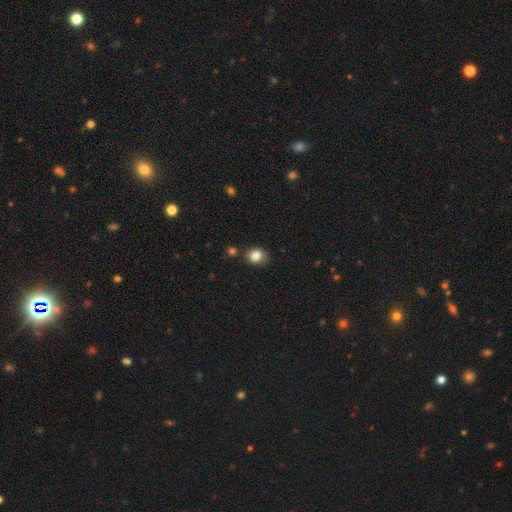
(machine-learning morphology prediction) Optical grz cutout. It shows a smooth galaxy with no disk features (83%) that is round (60%). Merging: none (77%).